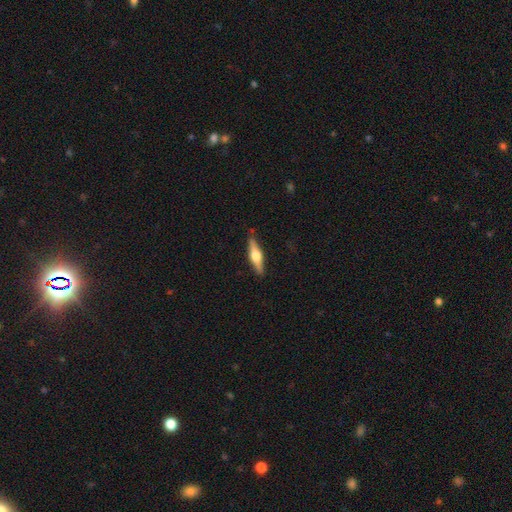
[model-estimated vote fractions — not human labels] Overall: featured or disk (66%; smooth 29%). Edge-on disk: yes (97%). Edge-on bulge: rounded (94%). Merging: none (88%).